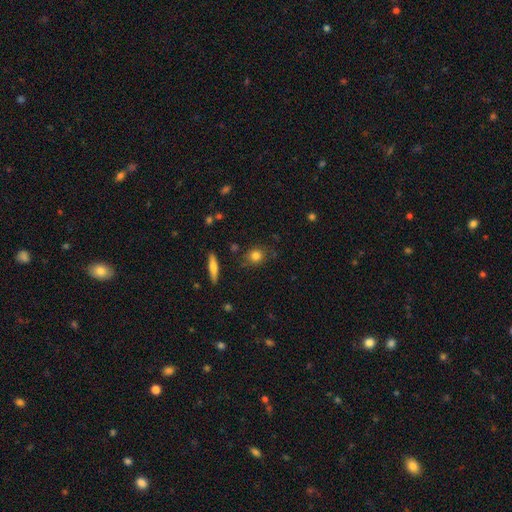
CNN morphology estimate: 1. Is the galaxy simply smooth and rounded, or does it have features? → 80% smooth, 10% star or artifact, 9% featured or disk.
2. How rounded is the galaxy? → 75% round, 22% in between, 3% cigar-shaped.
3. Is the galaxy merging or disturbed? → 78% none, 15% minor disturbance, 4% major disturbance, 3% merger.